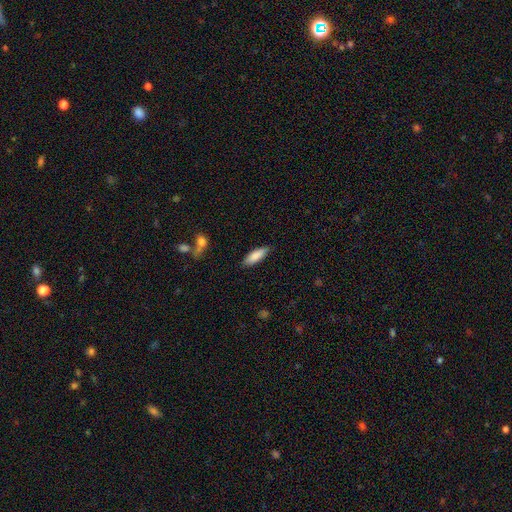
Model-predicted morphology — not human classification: Smooth or featured?
  - smooth: 87% *
  - featured or disk: 8%
  - star or artifact: 6%
How rounded?
  - in between: 59% *
  - cigar-shaped: 39%
  - round: 2%
Merging?
  - none: 86% *
  - minor disturbance: 11%
  - major disturbance: 2%
  - merger: 1%